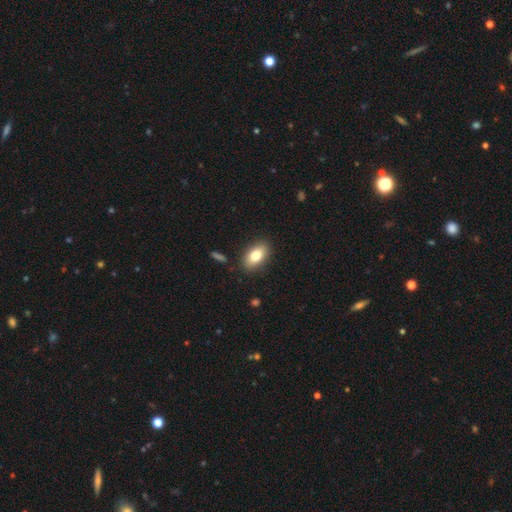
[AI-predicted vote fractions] Smooth or featured?
  - smooth: 79% *
  - featured or disk: 14%
  - star or artifact: 7%
How rounded?
  - in between: 89% *
  - round: 7%
  - cigar-shaped: 3%
Merging?
  - none: 87% *
  - minor disturbance: 9%
  - major disturbance: 2%
  - merger: 2%